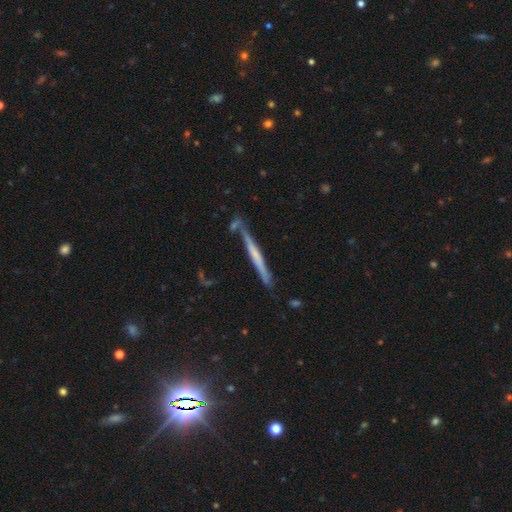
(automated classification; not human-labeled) smooth_or_featured: featured or disk (p=0.57) [alt: smooth p=0.36]
disk_edge_on: yes (p=0.96) [alt: no p=0.04]
edge_on_bulge: none (p=0.71) [alt: rounded p=0.19]
merging: none (p=0.78) [alt: minor disturbance p=0.13]